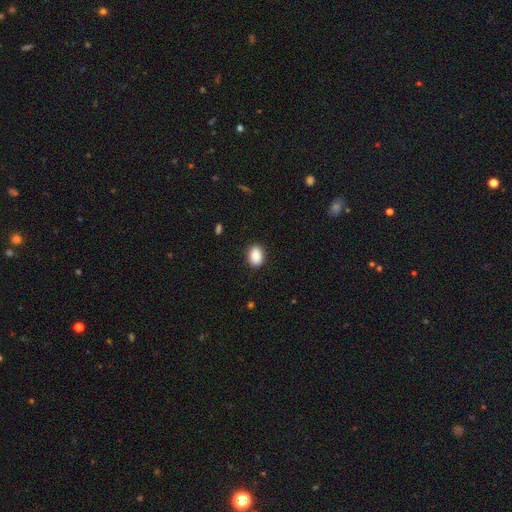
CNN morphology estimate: smooth_or_featured: smooth (p=0.89) [alt: star or artifact p=0.07]
how_rounded: in between (p=0.74) [alt: round p=0.25]
merging: none (p=0.88) [alt: minor disturbance p=0.09]